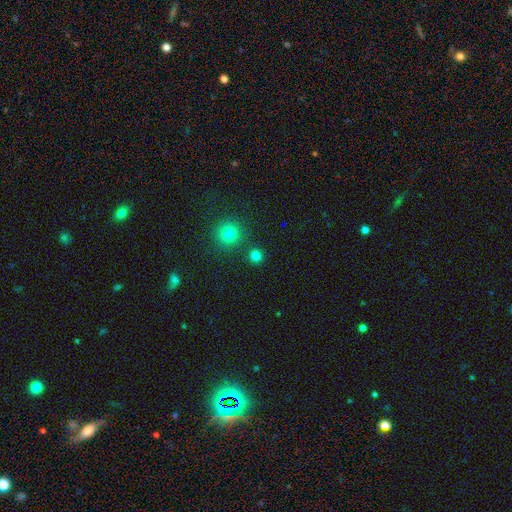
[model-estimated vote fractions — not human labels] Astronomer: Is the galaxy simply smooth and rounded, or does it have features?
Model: smooth — 78%.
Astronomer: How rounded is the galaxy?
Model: round — 93%.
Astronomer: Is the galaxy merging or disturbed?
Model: none — 85%.